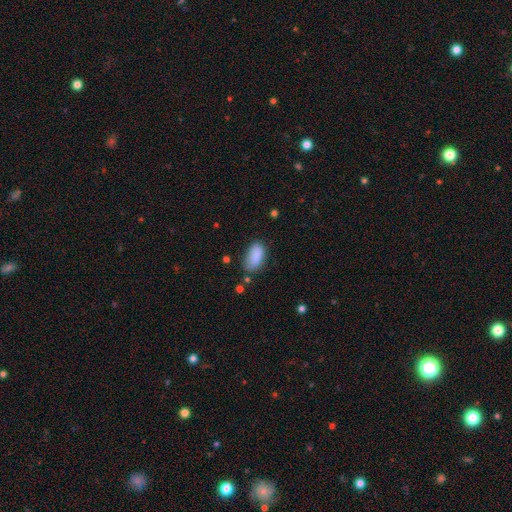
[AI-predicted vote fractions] A smooth galaxy with no disk features (87%) that is in between round and cigar-shaped (92%).

Vote fractions:
- Smooth or featured? smooth: 87% / star or artifact: 8% / featured or disk: 5%
- How rounded? in between: 92% / cigar-shaped: 5% / round: 3%
- Merging? none: 67% / minor disturbance: 24% / major disturbance: 6% / merger: 3%